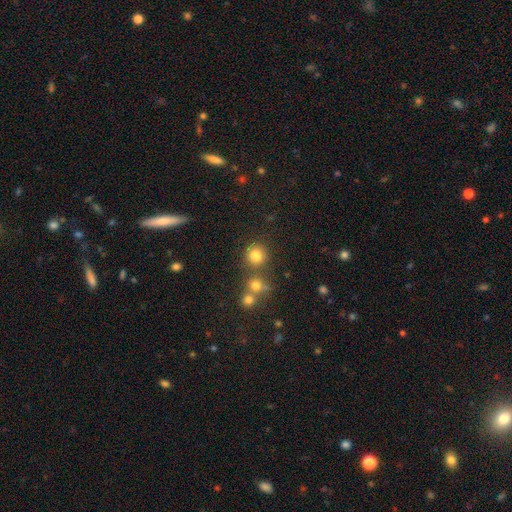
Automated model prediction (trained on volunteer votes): Overall: smooth (80%). How rounded: round (91%). Merging: none (73%).